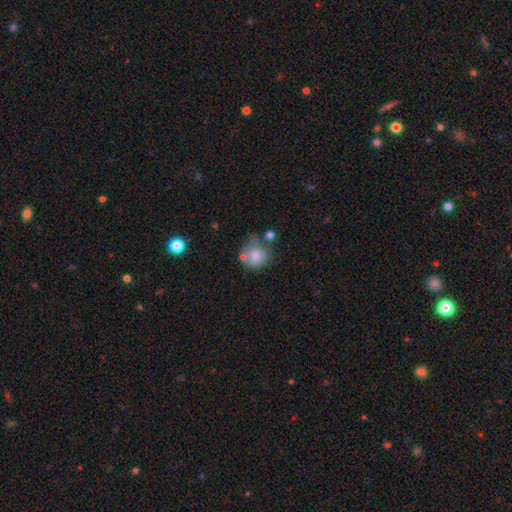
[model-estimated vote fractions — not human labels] smooth 76%, featured or disk 14%, star or artifact 10%. Down the decision tree: how rounded — round (86%); merging — none (50%).